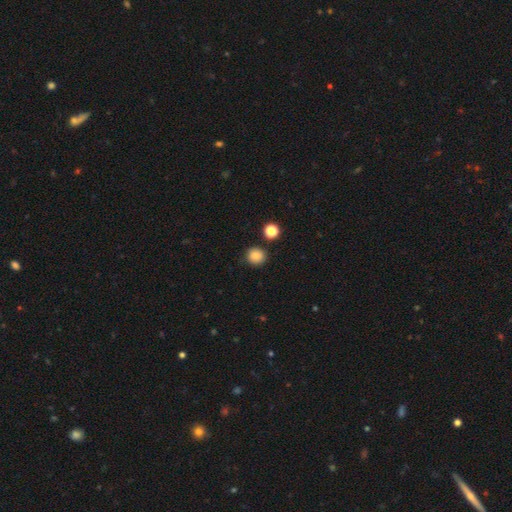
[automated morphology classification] This is clearly a smooth galaxy (84%). How rounded: clearly round (89%). Merging: clearly none (86%).